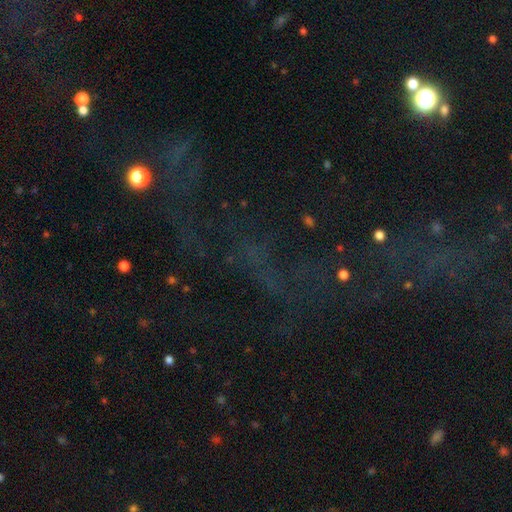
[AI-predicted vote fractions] Smooth or featured? star or artifact (63%)